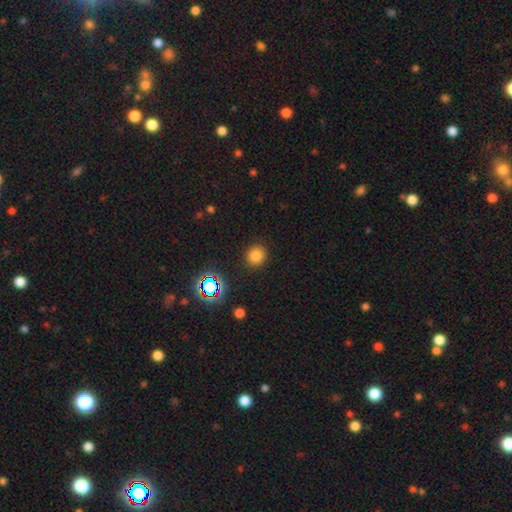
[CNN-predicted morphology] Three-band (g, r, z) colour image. It shows a smooth galaxy with no disk features (78%) that is round (85%). Merging: none (89%).